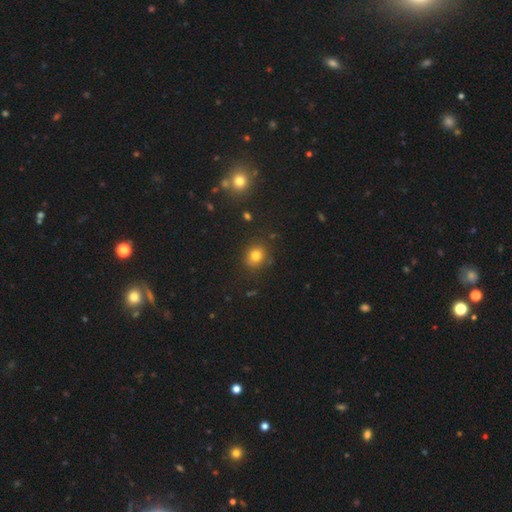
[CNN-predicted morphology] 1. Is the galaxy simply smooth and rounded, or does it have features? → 78% smooth, 14% star or artifact, 8% featured or disk.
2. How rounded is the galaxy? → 77% round, 22% in between, 1% cigar-shaped.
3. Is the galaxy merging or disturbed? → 82% none, 12% minor disturbance, 3% major disturbance, 2% merger.